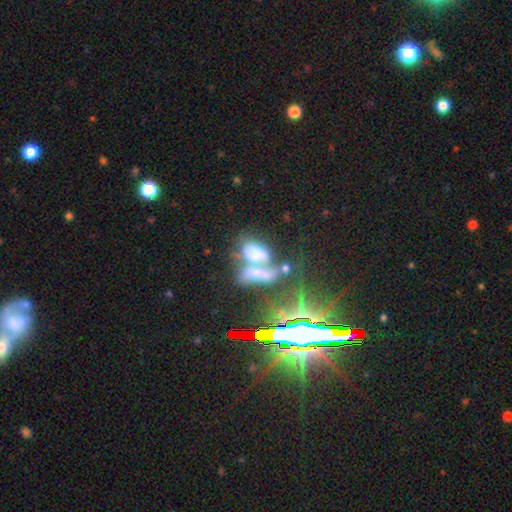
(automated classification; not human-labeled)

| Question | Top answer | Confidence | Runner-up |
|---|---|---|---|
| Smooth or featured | smooth | 46% | star or artifact (32%) |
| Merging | merger | 64% | none (19%) |